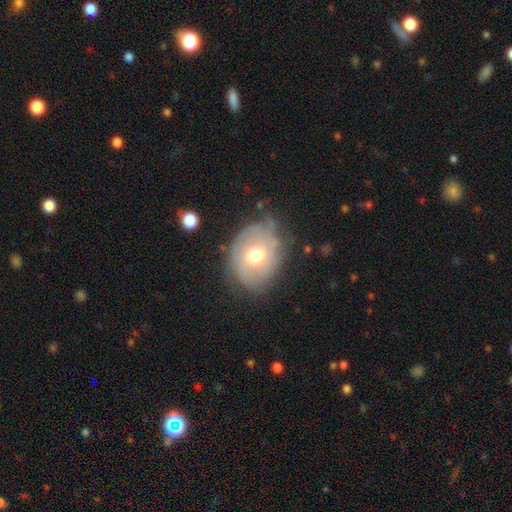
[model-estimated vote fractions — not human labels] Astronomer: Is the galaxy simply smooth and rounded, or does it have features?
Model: smooth — 51% (runner-up: featured or disk, 40%).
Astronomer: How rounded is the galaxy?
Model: in between — 54% (runner-up: round, 45%).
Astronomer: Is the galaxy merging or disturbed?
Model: none — 63%.